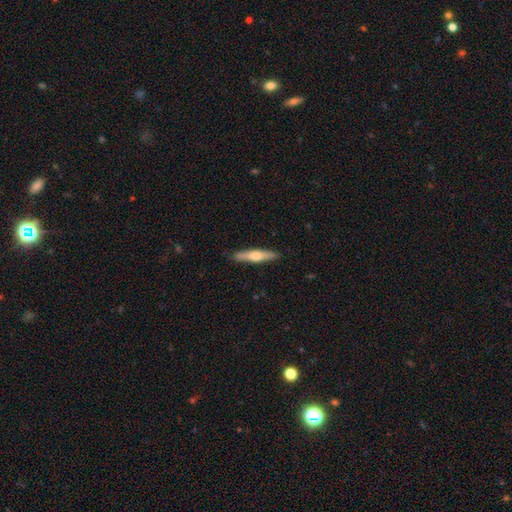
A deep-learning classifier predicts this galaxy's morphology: Q: Smooth or featured?
A: smooth (49%); runner-up: featured or disk (46%)
Q: Merging?
A: none (90%); runner-up: minor disturbance (7%)